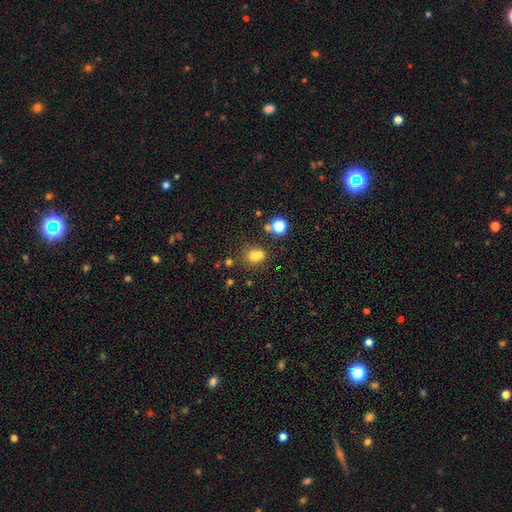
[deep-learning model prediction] This is likely a smooth galaxy (69%). How rounded: likely round (61%). Merging: marginally none (42%).